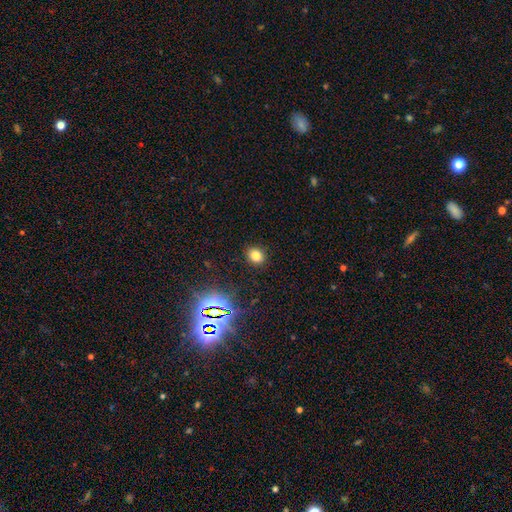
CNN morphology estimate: smooth 76%, star or artifact 18%, featured or disk 6%. Down the decision tree: how rounded — round (54%); merging — none (89%).